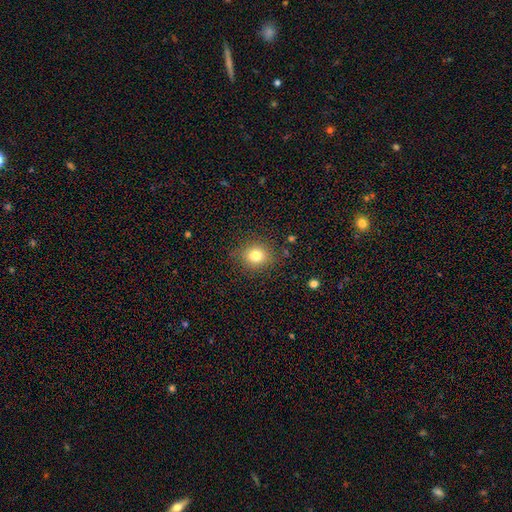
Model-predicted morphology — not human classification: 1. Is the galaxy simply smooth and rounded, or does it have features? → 79% smooth, 12% star or artifact, 9% featured or disk.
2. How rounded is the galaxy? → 77% round, 22% in between, 1% cigar-shaped.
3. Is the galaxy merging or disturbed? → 86% none, 10% minor disturbance, 3% major disturbance, 1% merger.